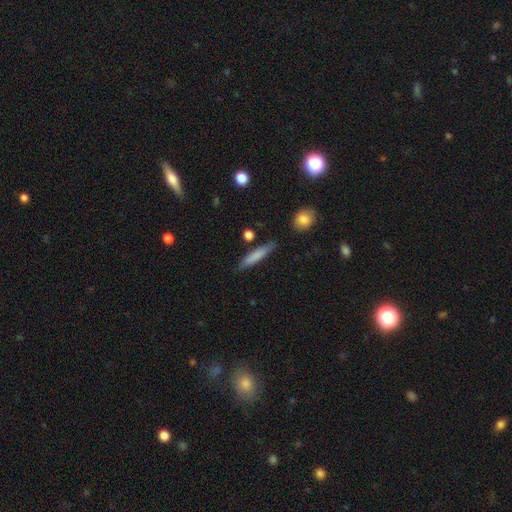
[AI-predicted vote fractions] smooth-or-featured: smooth: 75% | featured or disk: 19% | star or artifact: 6%
  how-rounded: cigar-shaped: 88% | in between: 10% | round: 2%
  merging: none: 83% | minor disturbance: 11% | merger: 3% | major disturbance: 2%